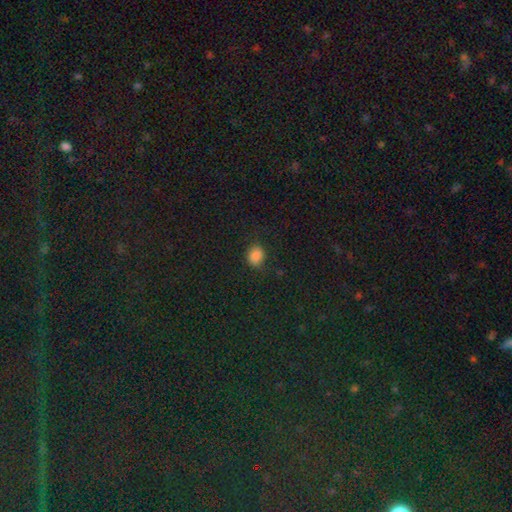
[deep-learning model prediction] This appears to be a smooth galaxy with no disk features (84%) that is round (51%). Merging: none (78%).